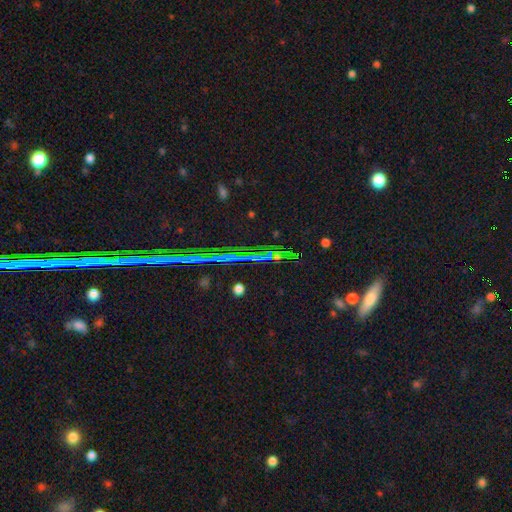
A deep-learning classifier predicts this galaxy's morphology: Smooth or featured?
  - star or artifact: 74% *
  - featured or disk: 14%
  - smooth: 12%